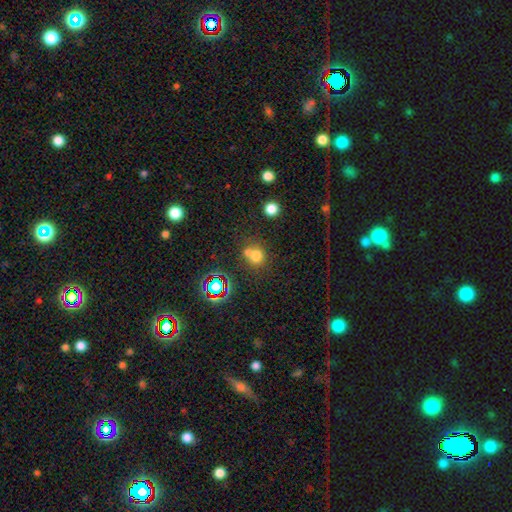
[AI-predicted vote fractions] Smooth or featured? smooth (68%)
How rounded? round (80%)
Merging? none (44%)